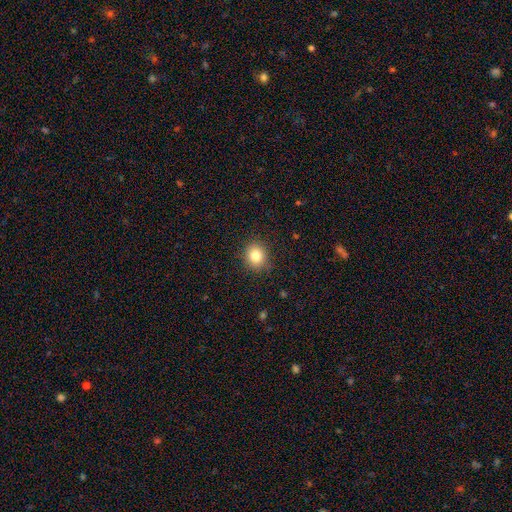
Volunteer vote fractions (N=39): Morphology: type=smooth (92%); roundness=round (89%); merging=none (86%).